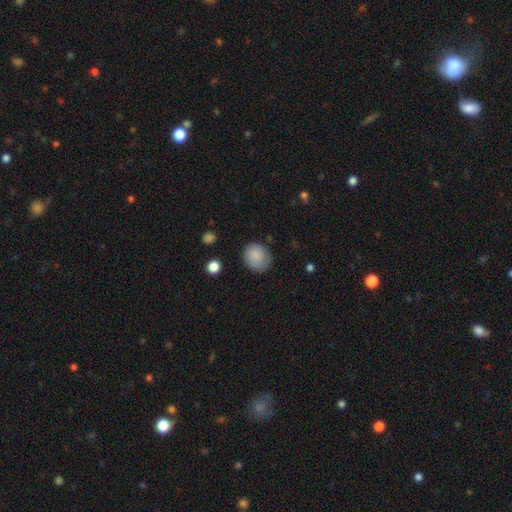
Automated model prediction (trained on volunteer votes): Smooth or featured?
  - smooth: 82% *
  - featured or disk: 11%
  - star or artifact: 7%
How rounded?
  - round: 67% *
  - in between: 32%
  - cigar-shaped: 1%
Merging?
  - none: 72% *
  - minor disturbance: 21%
  - major disturbance: 6%
  - merger: 2%